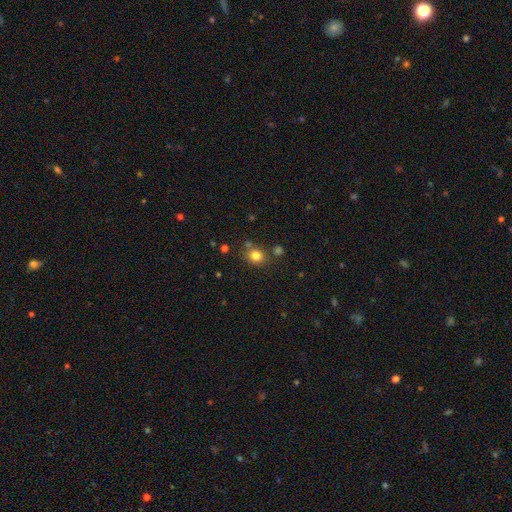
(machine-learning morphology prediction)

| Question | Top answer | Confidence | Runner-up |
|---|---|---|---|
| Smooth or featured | smooth | 80% | star or artifact (13%) |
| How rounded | round | 68% | in between (32%) |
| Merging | none | 73% | minor disturbance (13%) |